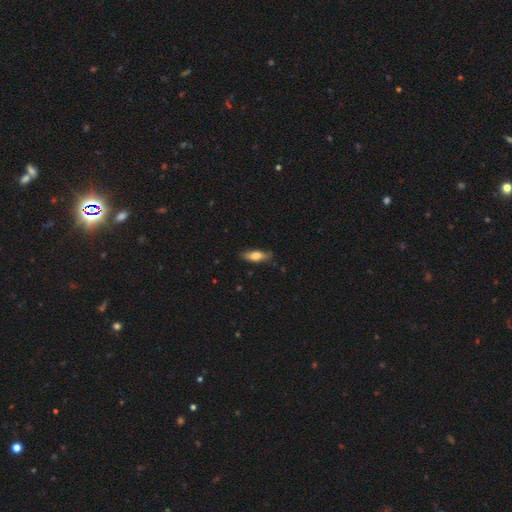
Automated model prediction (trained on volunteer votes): Smooth or featured?
  - smooth: 73% *
  - featured or disk: 20%
  - star or artifact: 6%
How rounded?
  - in between: 63% *
  - cigar-shaped: 35%
  - round: 2%
Merging?
  - none: 81% *
  - minor disturbance: 15%
  - major disturbance: 3%
  - merger: 1%